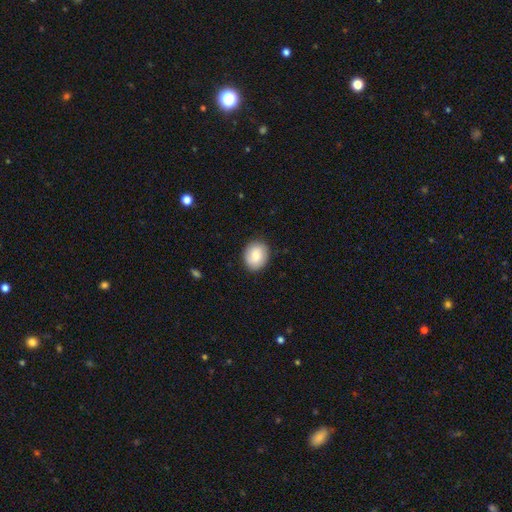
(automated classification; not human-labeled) Q: Smooth or featured?
A: smooth (83%); runner-up: featured or disk (10%)
Q: How rounded?
A: round (63%); runner-up: in between (36%)
Q: Merging?
A: none (88%); runner-up: minor disturbance (9%)